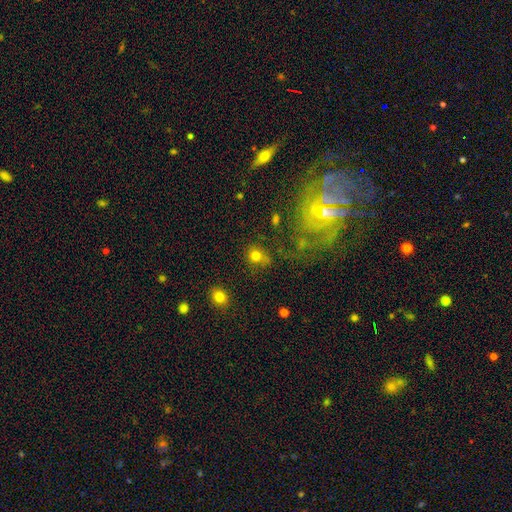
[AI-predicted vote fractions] Smooth or featured? smooth (71%)
How rounded? round (71%)
Merging? none (66%)